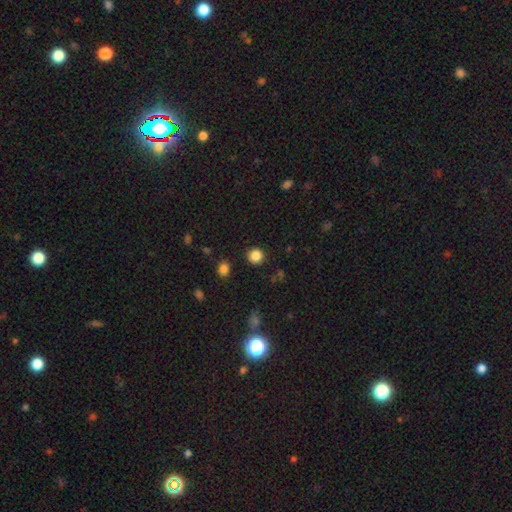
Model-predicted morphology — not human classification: This appears to be a smooth galaxy with no disk features (85%) that is round (92%). Merging: none (90%).